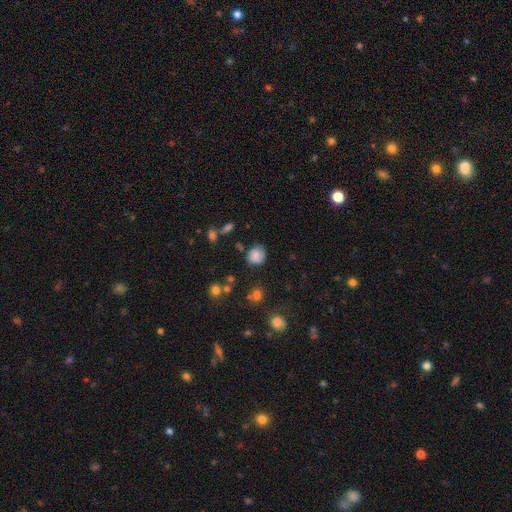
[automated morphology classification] Smooth or featured? Predicted: smooth (p=0.77). How rounded? Predicted: round (p=0.73). Merging? Predicted: none (p=0.70).